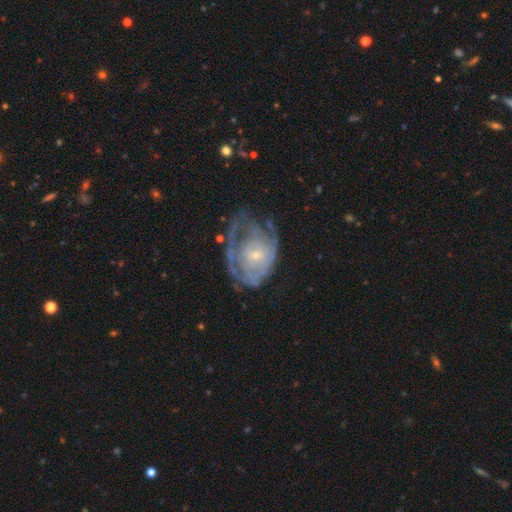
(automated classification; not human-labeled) Morphology: type=featured or disk (76%); edge-on=no (97%); bar=no (76%); spiral arms=yes (75%); winding=tight (65%); arm count=can't tell (57%); bulge=small (75%); merging=none (39%).